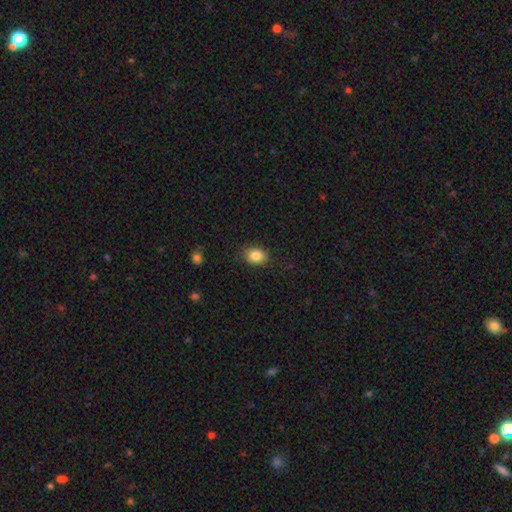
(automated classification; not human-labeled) Smooth or featured? smooth (85%)
How rounded? in between (65%)
Merging? none (86%)